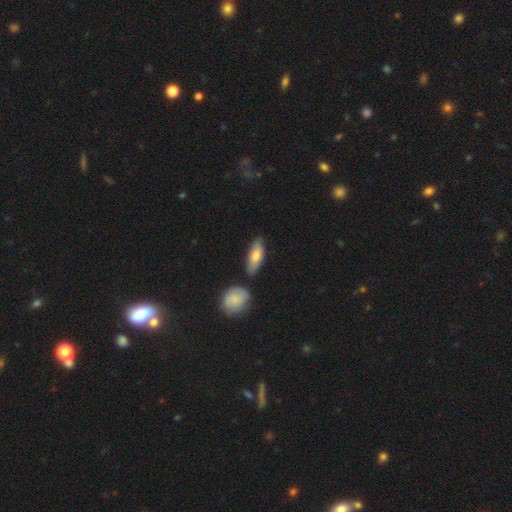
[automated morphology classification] This appears to be a smooth galaxy with no disk features (74%) that is in between round and cigar-shaped (74%). Merging: none (75%).